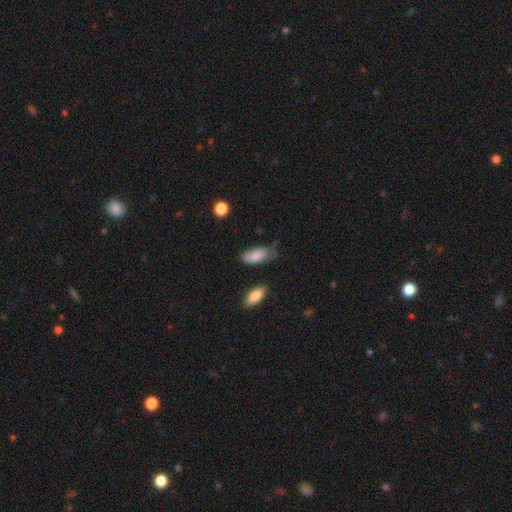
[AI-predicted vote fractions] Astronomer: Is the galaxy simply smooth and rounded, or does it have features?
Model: smooth — 84%.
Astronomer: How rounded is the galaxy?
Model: in between — 90%.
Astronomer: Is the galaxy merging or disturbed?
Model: none — 53% (runner-up: minor disturbance, 35%).